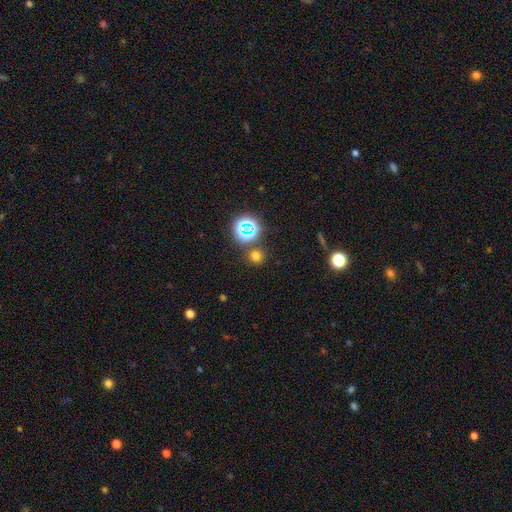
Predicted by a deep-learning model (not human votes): smooth-or-featured: smooth: 63% | star or artifact: 31% | featured or disk: 7%
  how-rounded: round: 91% | in between: 8% | cigar-shaped: 1%
  merging: none: 83% | minor disturbance: 7% | merger: 7% | major disturbance: 3%